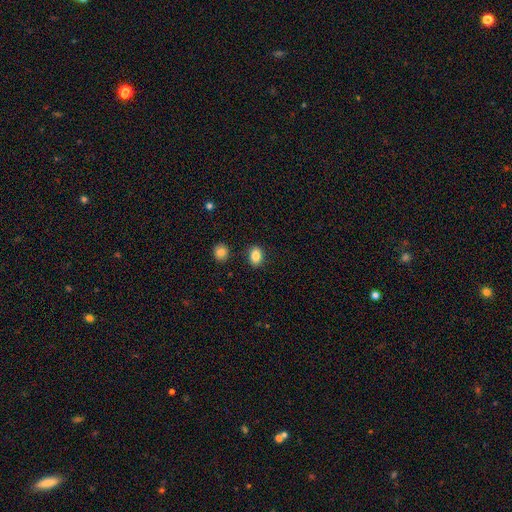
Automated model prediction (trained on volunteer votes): Q: Smooth or featured?
A: smooth (85%); runner-up: star or artifact (9%)
Q: How rounded?
A: in between (75%); runner-up: round (24%)
Q: Merging?
A: none (86%); runner-up: minor disturbance (9%)